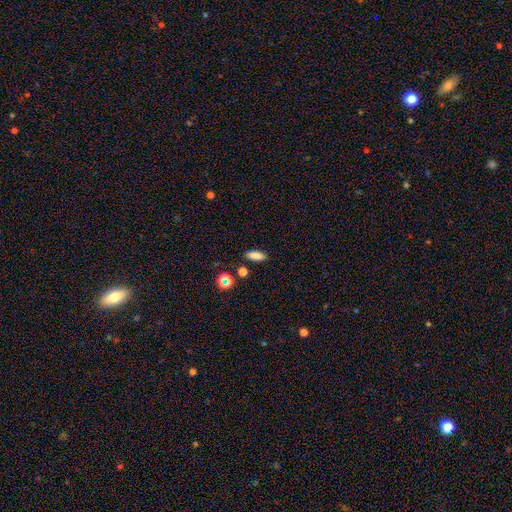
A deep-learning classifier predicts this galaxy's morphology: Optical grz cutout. It shows a smooth galaxy with no disk features (83%) that is in between round and cigar-shaped (72%). Merging: none (86%).